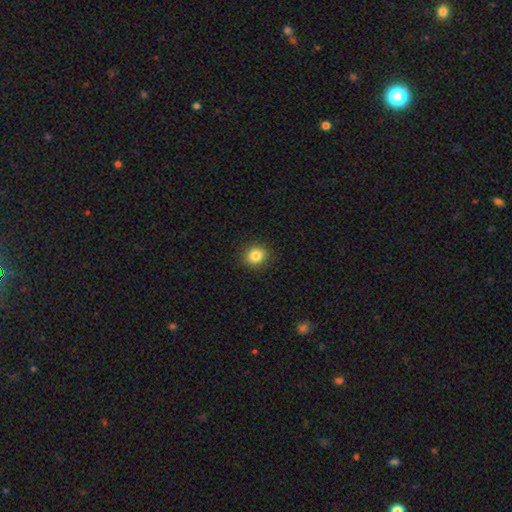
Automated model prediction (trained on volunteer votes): Smooth or featured? smooth (84%)
How rounded? round (75%)
Merging? none (90%)